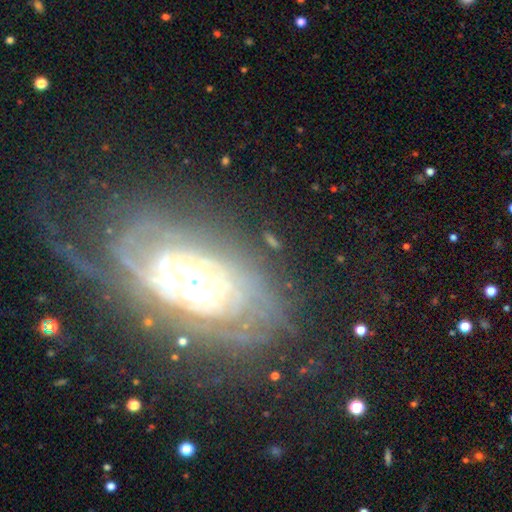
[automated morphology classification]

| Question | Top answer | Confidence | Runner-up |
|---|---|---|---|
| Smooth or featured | featured or disk | 83% | star or artifact (9%) |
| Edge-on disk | no | 92% | yes (8%) |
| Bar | no | 58% | weak (25%) |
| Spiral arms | yes | 90% | no (10%) |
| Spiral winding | tight | 72% | medium (21%) |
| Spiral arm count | can't tell | 42% | 2 (18%) |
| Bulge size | large | 47% | moderate (32%) |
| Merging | none | 62% | minor disturbance (20%) |